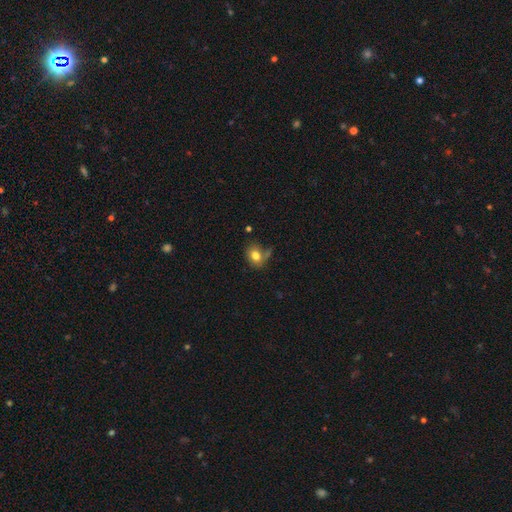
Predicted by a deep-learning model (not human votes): A smooth galaxy with no disk features (78%) that is round (53%). Merging: none (60%).